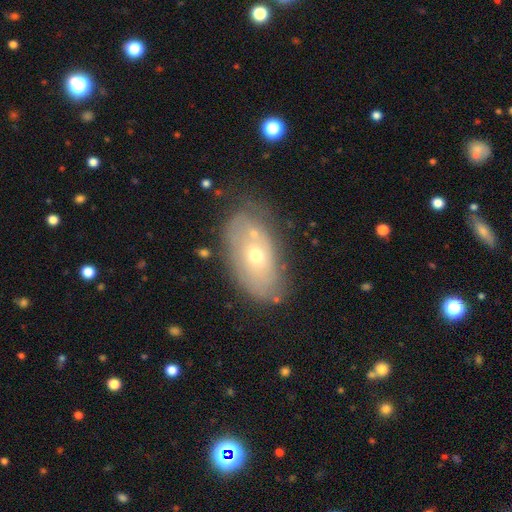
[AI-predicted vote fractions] Morphology: type=featured or disk (49%); merging=none (61%).